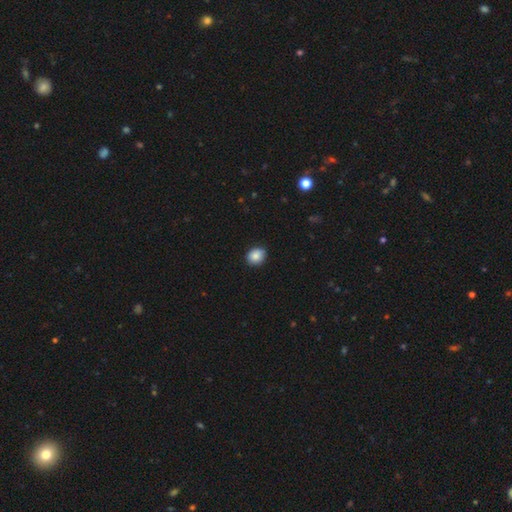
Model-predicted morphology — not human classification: smooth-or-featured: smooth: 86% | star or artifact: 8% | featured or disk: 6%
  how-rounded: round: 65% | in between: 34% | cigar-shaped: 1%
  merging: none: 85% | minor disturbance: 12% | major disturbance: 2% | merger: 1%